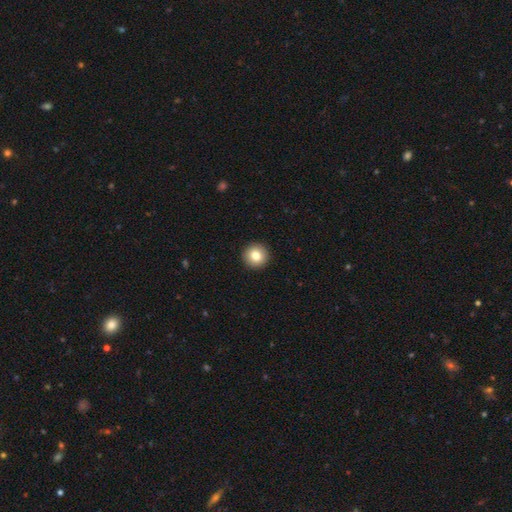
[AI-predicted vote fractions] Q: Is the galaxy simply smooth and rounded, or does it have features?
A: smooth — 82%.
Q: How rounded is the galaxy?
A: round — 95%.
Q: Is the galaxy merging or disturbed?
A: none — 94%.